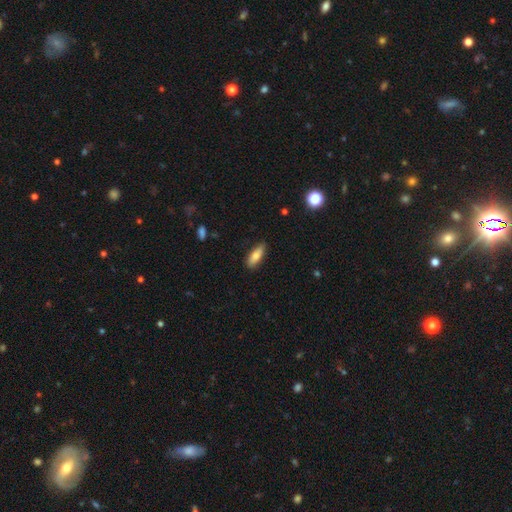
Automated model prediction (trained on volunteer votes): Smooth or featured? smooth (76%)
How rounded? in between (64%)
Merging? none (86%)